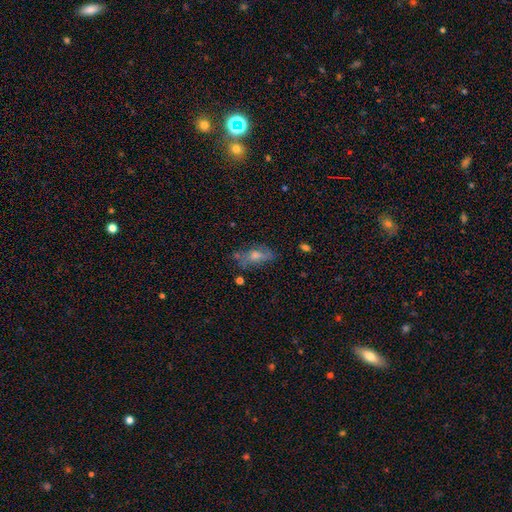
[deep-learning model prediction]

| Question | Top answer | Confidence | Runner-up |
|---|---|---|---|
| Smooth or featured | featured or disk | 42% | smooth (40%) |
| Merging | none | 62% | minor disturbance (22%) |